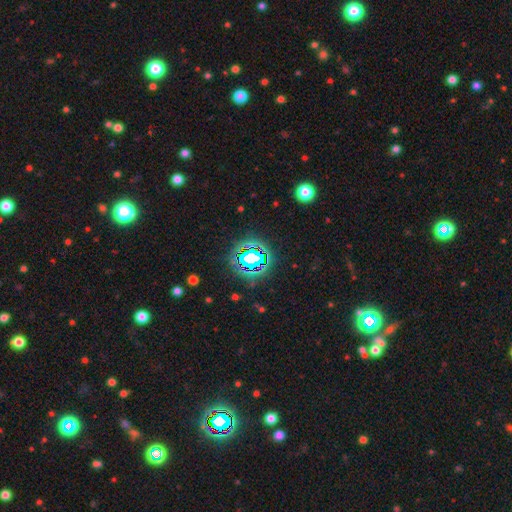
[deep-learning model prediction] This is likely a star or artifact rather than a galaxy (76%).